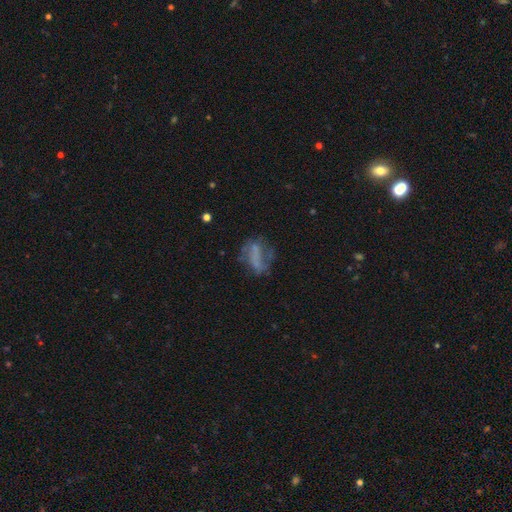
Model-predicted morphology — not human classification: Overall: featured or disk (50%; smooth 36%). Merging: none (44%; major disturbance 28%).